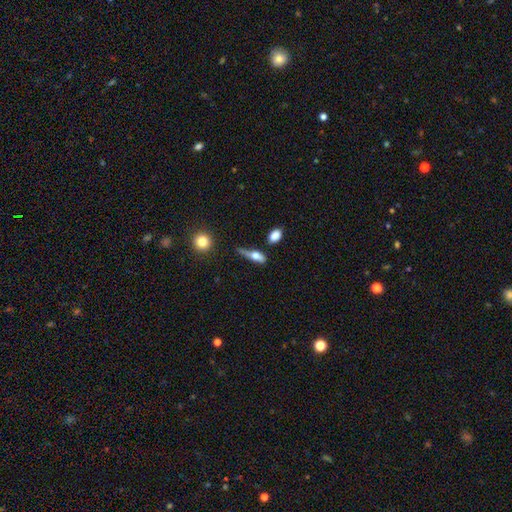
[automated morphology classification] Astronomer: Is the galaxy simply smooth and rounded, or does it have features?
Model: smooth — 59%.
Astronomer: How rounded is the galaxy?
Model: in between — 54% (runner-up: cigar-shaped, 38%).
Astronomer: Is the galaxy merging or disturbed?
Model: none — 42% (runner-up: minor disturbance, 29%).